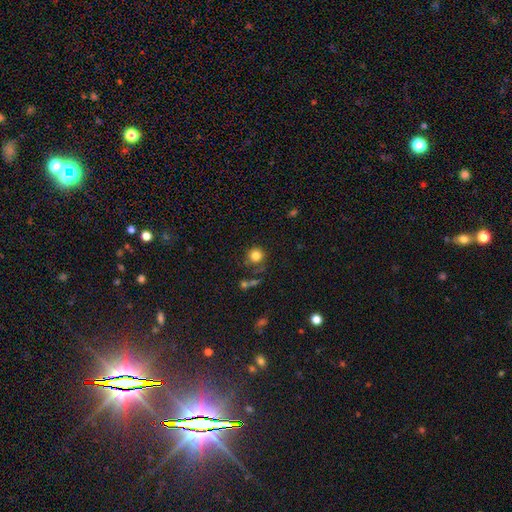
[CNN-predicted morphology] smooth-or-featured: smooth: 82% | star or artifact: 12% | featured or disk: 6%
  how-rounded: round: 92% | in between: 7% | cigar-shaped: 1%
  merging: none: 75% | minor disturbance: 13% | merger: 7% | major disturbance: 5%